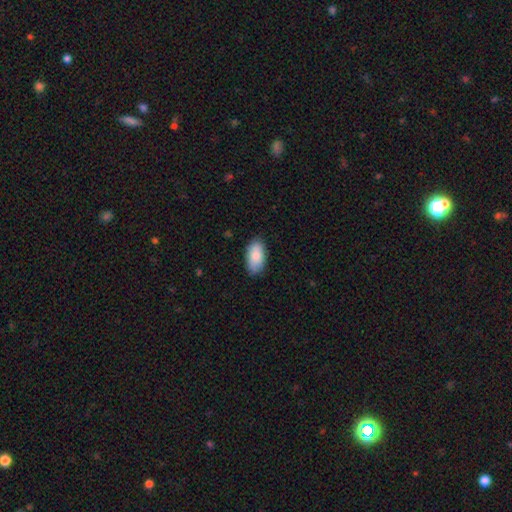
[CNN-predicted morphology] Smooth or featured?
  - smooth: 87% *
  - featured or disk: 7%
  - star or artifact: 6%
How rounded?
  - in between: 94% *
  - round: 3%
  - cigar-shaped: 3%
Merging?
  - none: 84% *
  - minor disturbance: 12%
  - major disturbance: 2%
  - merger: 1%